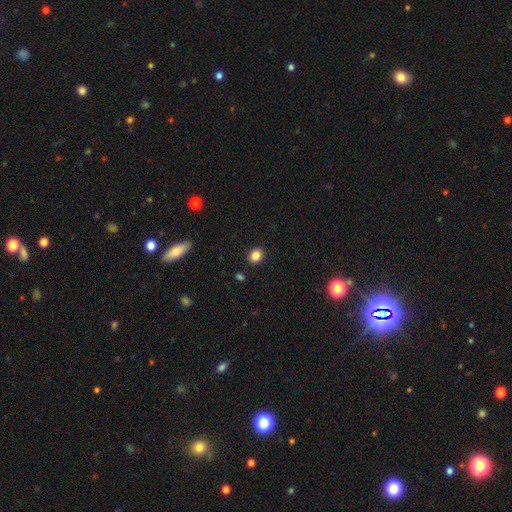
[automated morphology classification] Smooth or featured?
  - smooth: 84% *
  - star or artifact: 11%
  - featured or disk: 5%
How rounded?
  - round: 58% *
  - in between: 41%
  - cigar-shaped: 1%
Merging?
  - none: 90% *
  - minor disturbance: 7%
  - major disturbance: 2%
  - merger: 2%